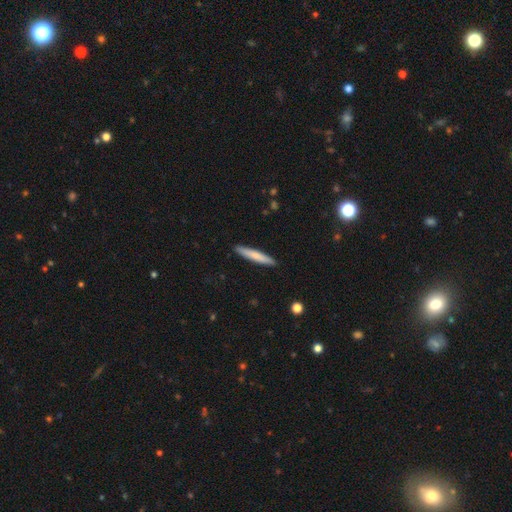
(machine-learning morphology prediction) Smooth or featured: smooth — 72% (featured or disk — 23%)
How rounded: cigar-shaped — 93% (in between — 5%)
Merging: none — 91% (minor disturbance — 6%)